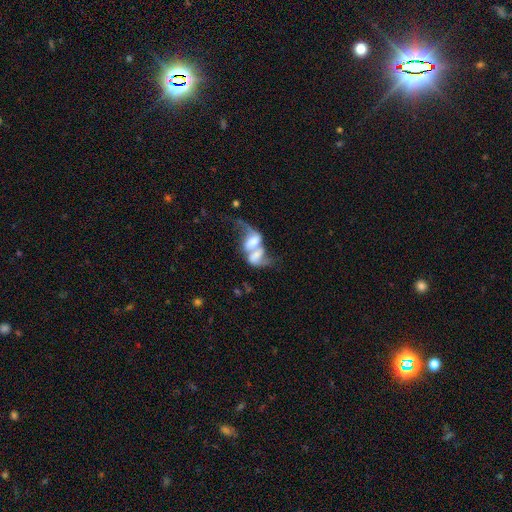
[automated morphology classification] Smooth or featured?
  - featured or disk: 60% *
  - smooth: 31%
  - star or artifact: 9%
Edge-on disk?
  - no: 94% *
  - yes: 6%
Bar?
  - no: 47% *
  - strong: 27%
  - weak: 26%
Spiral arms?
  - yes: 62% *
  - no: 38%
Bulge size?
  - none: 33% *
  - large: 23%
  - moderate: 19%
  - small: 14%
  - dominant: 10%
Merging?
  - merger: 73% *
  - major disturbance: 14%
  - none: 8%
  - minor disturbance: 5%